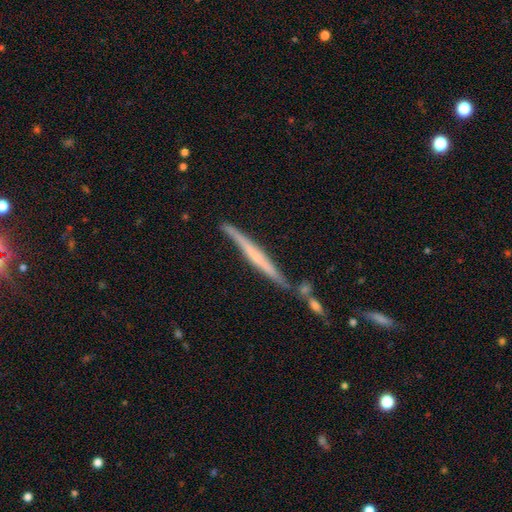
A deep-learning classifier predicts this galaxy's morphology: Smooth or featured: featured or disk — 61% (smooth — 33%)
Edge-on disk: yes — 96% (no — 4%)
Edge-on bulge: none — 63% (rounded — 25%)
Merging: none — 70% (minor disturbance — 16%)